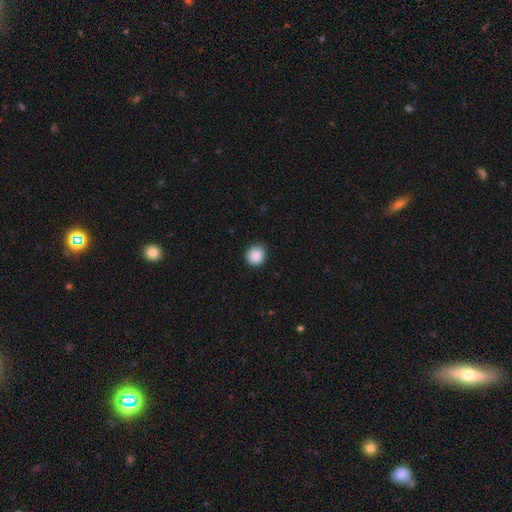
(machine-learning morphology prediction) The model was most divided on "merging": none: 86%, minor disturbance: 11%, major disturbance: 2%, merger: 1%. More confident: how rounded — round (90%); smooth or featured — smooth (88%).